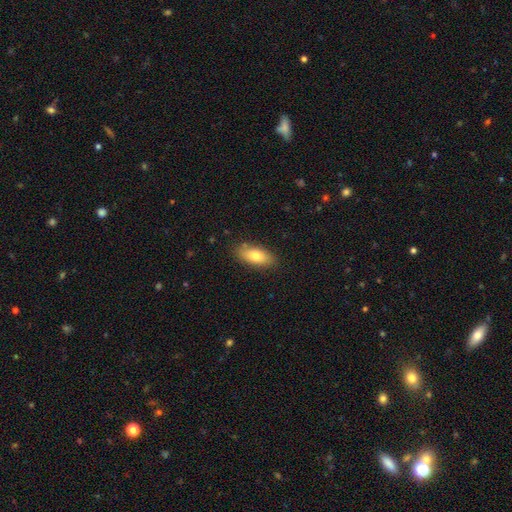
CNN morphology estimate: A smooth galaxy with no disk features (76%) that is in between round and cigar-shaped (83%). Merging: none (84%).